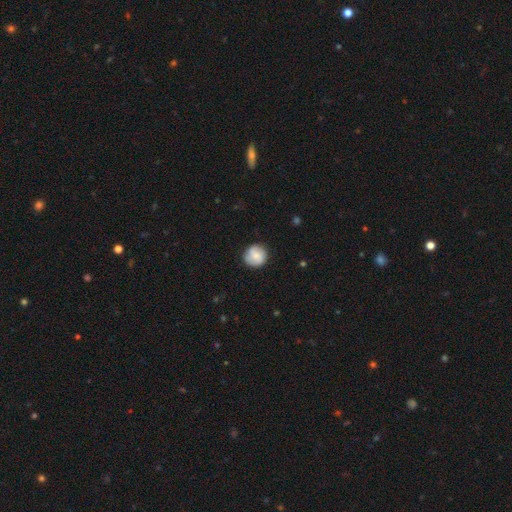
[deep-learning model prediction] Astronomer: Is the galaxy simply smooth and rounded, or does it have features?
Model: smooth — 71%.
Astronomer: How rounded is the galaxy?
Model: round — 92%.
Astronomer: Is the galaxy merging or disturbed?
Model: none — 83%.